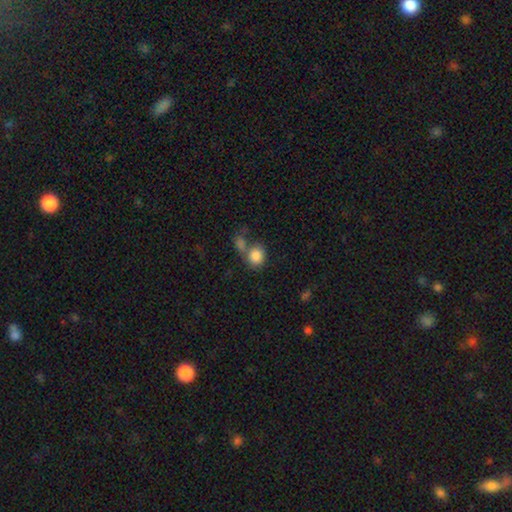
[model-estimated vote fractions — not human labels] A smooth galaxy with no disk features (85%) that is round (70%).

Vote fractions:
- Smooth or featured? smooth: 85% / star or artifact: 9% / featured or disk: 7%
- How rounded? round: 70% / in between: 29% / cigar-shaped: 1%
- Merging? none: 42% / merger: 40% / minor disturbance: 11% / major disturbance: 7%